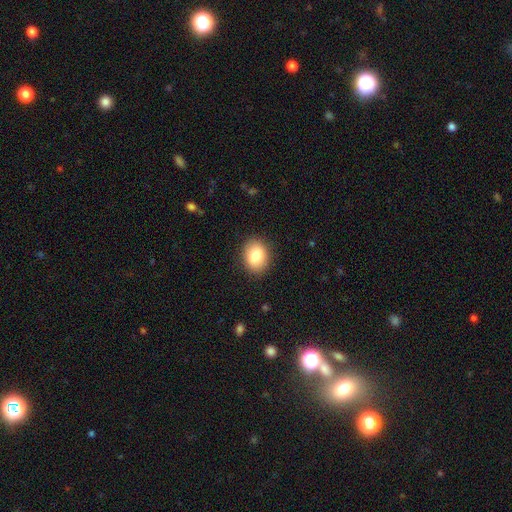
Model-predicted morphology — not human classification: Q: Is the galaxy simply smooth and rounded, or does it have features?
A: smooth — 84%.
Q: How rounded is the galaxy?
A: in between — 58%.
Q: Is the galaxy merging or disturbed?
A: none — 89%.